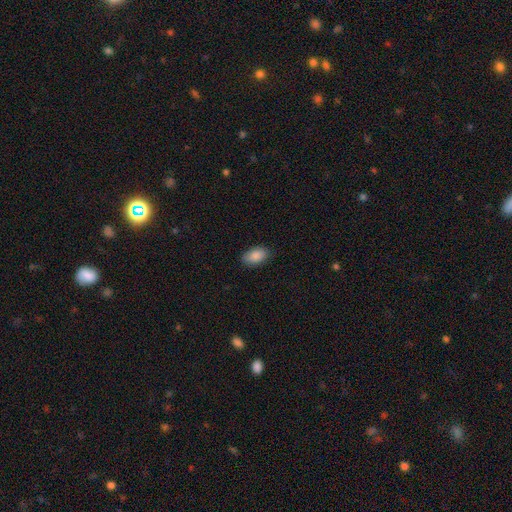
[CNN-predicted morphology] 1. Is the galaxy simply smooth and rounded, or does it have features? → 89% smooth, 7% star or artifact, 5% featured or disk.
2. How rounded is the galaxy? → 94% in between, 5% round, 2% cigar-shaped.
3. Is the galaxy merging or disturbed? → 87% none, 10% minor disturbance, 2% major disturbance, 1% merger.